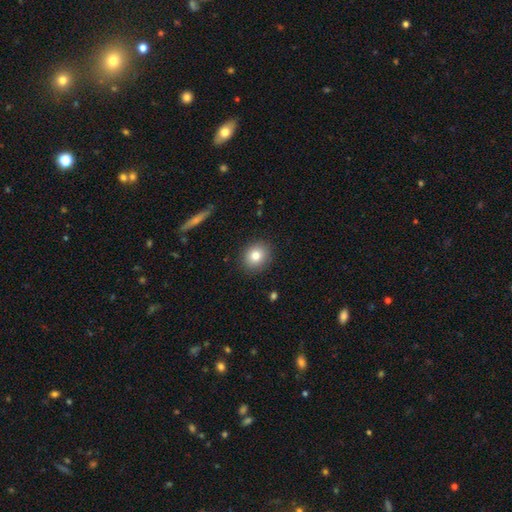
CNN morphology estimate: Smooth or featured? Predicted: smooth (p=0.81). How rounded? Predicted: round (p=0.74). Merging? Predicted: none (p=0.89).